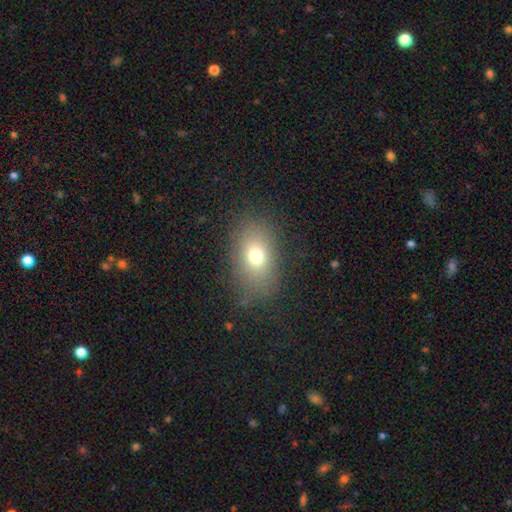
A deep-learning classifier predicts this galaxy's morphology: Q: Smooth or featured?
A: smooth (72%); runner-up: featured or disk (14%)
Q: How rounded?
A: in between (79%); runner-up: round (19%)
Q: Merging?
A: none (79%); runner-up: minor disturbance (13%)